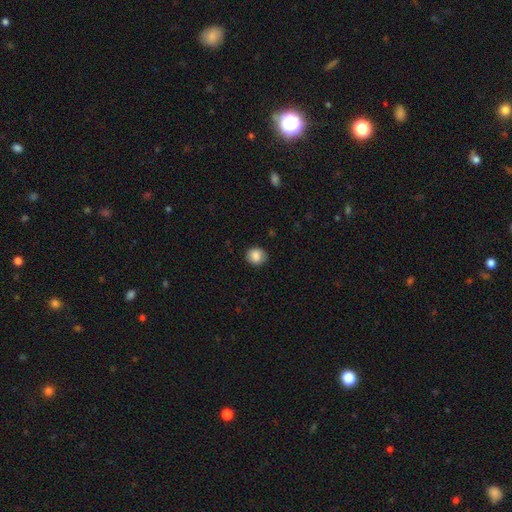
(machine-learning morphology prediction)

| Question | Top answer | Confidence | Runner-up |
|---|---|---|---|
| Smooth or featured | smooth | 86% | star or artifact (8%) |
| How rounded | round | 76% | in between (23%) |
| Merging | none | 86% | minor disturbance (11%) |